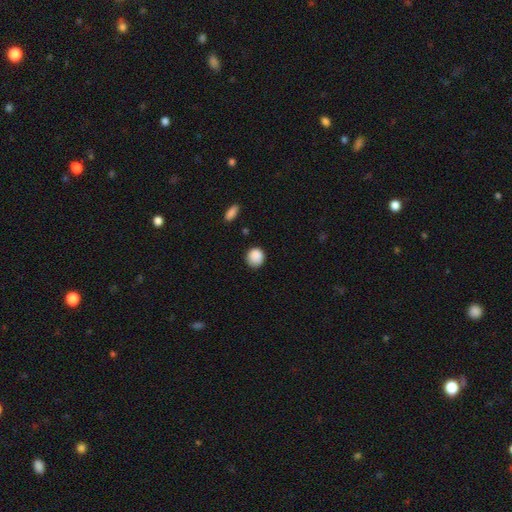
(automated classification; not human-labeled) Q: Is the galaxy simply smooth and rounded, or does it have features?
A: smooth — 89%.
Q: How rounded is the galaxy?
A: round — 87%.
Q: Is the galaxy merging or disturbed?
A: none — 83%.